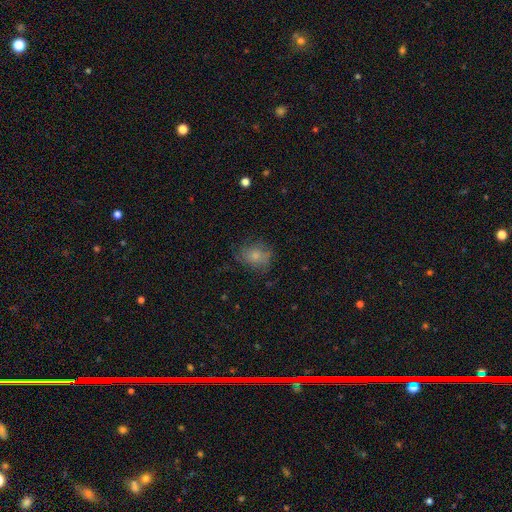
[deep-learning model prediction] smooth-or-featured: smooth: 70% | featured or disk: 20% | star or artifact: 10%
  how-rounded: round: 59% | in between: 40% | cigar-shaped: 1%
  merging: none: 63% | minor disturbance: 24% | major disturbance: 11% | merger: 2%